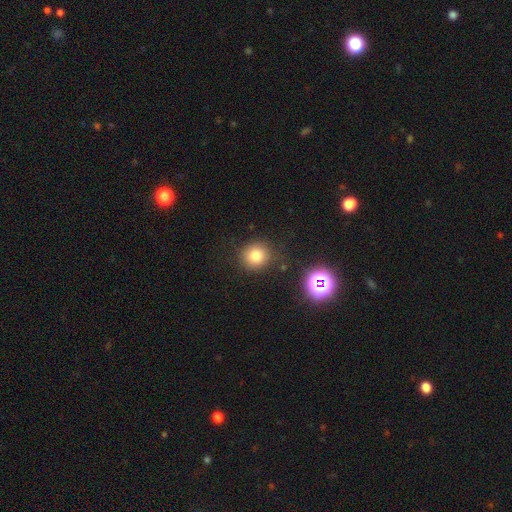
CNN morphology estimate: A smooth galaxy with no disk features (78%) that is round (90%).

Vote fractions:
- Smooth or featured? smooth: 78% / star or artifact: 15% / featured or disk: 7%
- How rounded? round: 90% / in between: 9% / cigar-shaped: 1%
- Merging? none: 85% / minor disturbance: 8% / merger: 3% / major disturbance: 3%